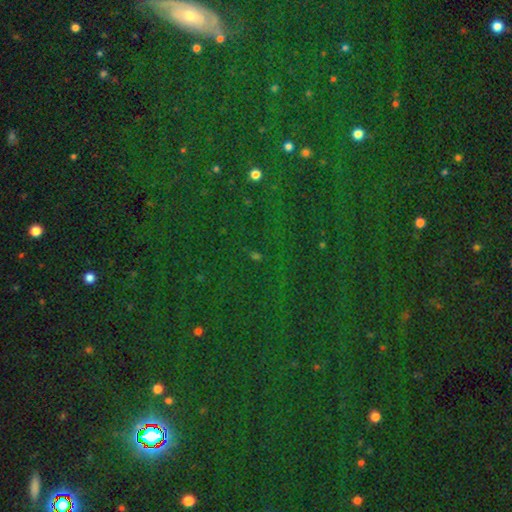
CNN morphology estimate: The model was most divided on "smooth or featured": star or artifact: 82%, smooth: 11%, featured or disk: 7%.